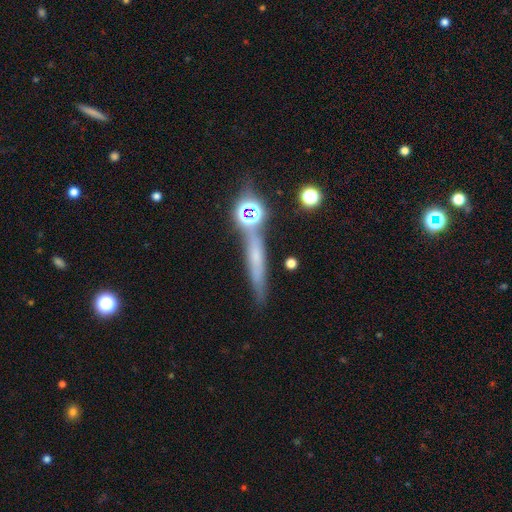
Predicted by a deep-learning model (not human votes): A smooth galaxy with no disk features (40%).

Vote fractions:
- Smooth or featured? smooth: 40% / featured or disk: 38% / star or artifact: 22%
- Merging? none: 74% / minor disturbance: 12% / merger: 9% / major disturbance: 4%